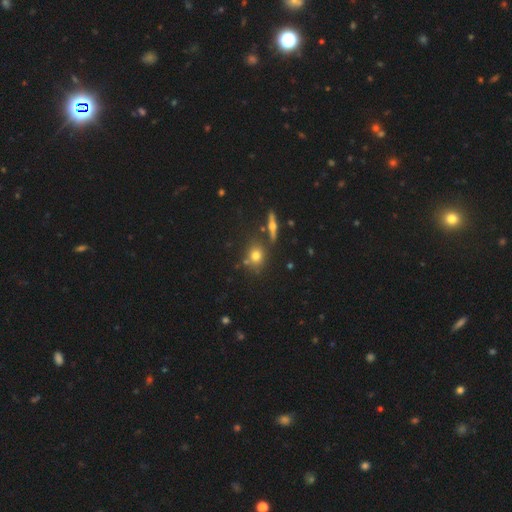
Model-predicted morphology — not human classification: Overall: smooth (68%). How rounded: round (71%). Merging: none (73%).